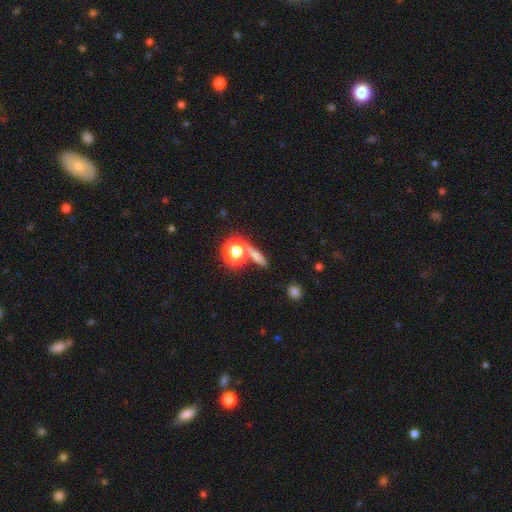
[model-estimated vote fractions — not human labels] Overall: smooth (63%; star or artifact 24%). How rounded: cigar-shaped (44%; round 31%). Merging: none (64%).